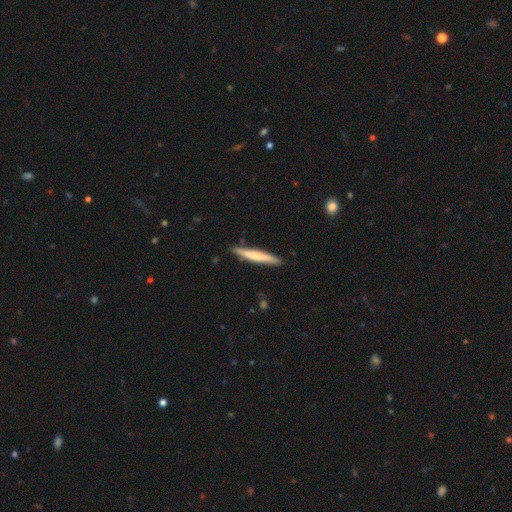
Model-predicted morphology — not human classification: Smooth or featured?
  - smooth: 60% *
  - featured or disk: 35%
  - star or artifact: 5%
How rounded?
  - cigar-shaped: 95% *
  - in between: 4%
  - round: 1%
Merging?
  - none: 87% *
  - minor disturbance: 10%
  - merger: 2%
  - major disturbance: 2%